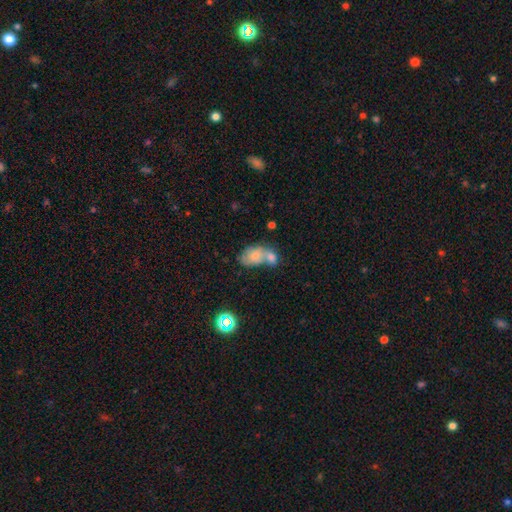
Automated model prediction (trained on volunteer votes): A smooth galaxy with no disk features (66%) that is in between round and cigar-shaped (83%). Merging: merger (63%).